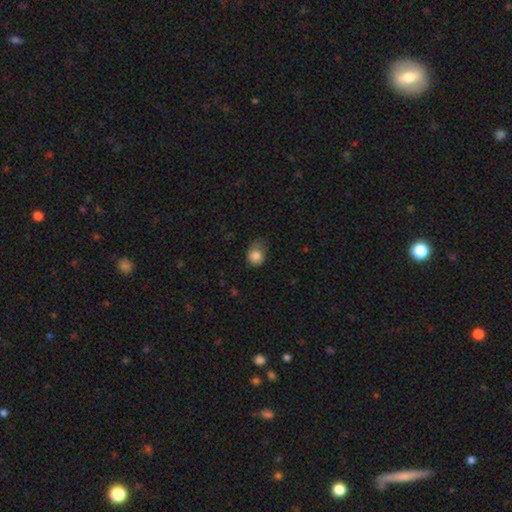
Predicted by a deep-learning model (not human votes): smooth_or_featured: smooth (p=0.82) [alt: featured or disk p=0.09]
how_rounded: round (p=0.57) [alt: in between p=0.42]
merging: none (p=0.40) [alt: minor disturbance p=0.38]